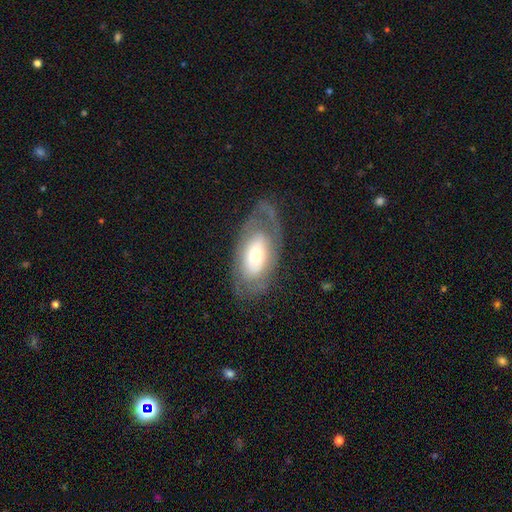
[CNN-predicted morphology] Smooth or featured?
  - featured or disk: 60% *
  - smooth: 34%
  - star or artifact: 6%
Edge-on disk?
  - no: 90% *
  - yes: 10%
Bar?
  - no: 70% *
  - weak: 21%
  - strong: 9%
Spiral arms?
  - yes: 55% *
  - no: 45%
Bulge size?
  - moderate: 56% *
  - small: 26%
  - large: 15%
  - dominant: 2%
  - none: 1%
Merging?
  - none: 65% *
  - minor disturbance: 19%
  - major disturbance: 15%
  - merger: 1%